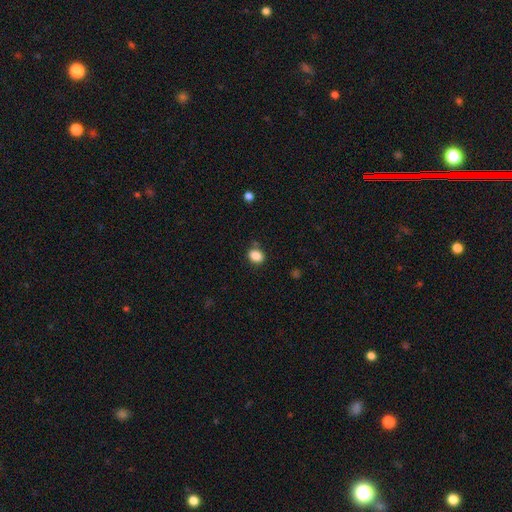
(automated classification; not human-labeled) Smooth or featured? smooth (87%)
How rounded? in between (53%)
Merging? none (82%)